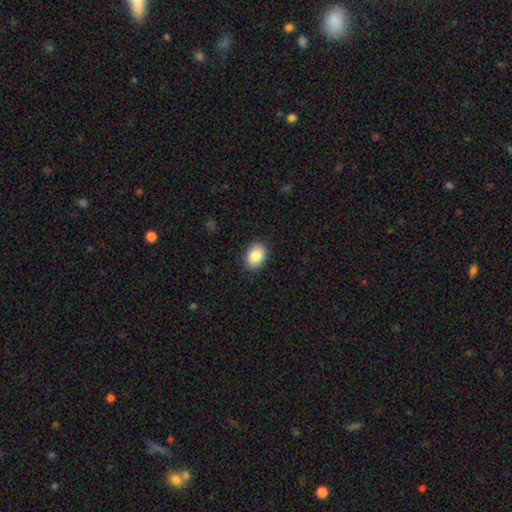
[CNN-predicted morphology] Smooth or featured: smooth — 86% (star or artifact — 7%)
How rounded: in between — 77% (round — 22%)
Merging: none — 88% (minor disturbance — 9%)